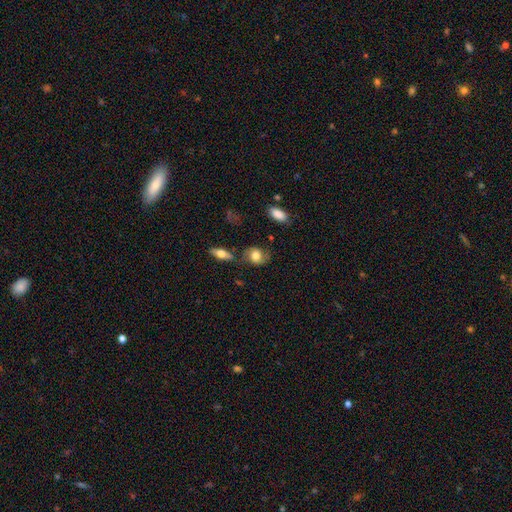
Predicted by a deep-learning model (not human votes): smooth-or-featured: smooth: 64% | featured or disk: 28% | star or artifact: 8%
  how-rounded: in between: 57% | round: 41% | cigar-shaped: 2%
  merging: none: 65% | minor disturbance: 22% | major disturbance: 7% | merger: 6%